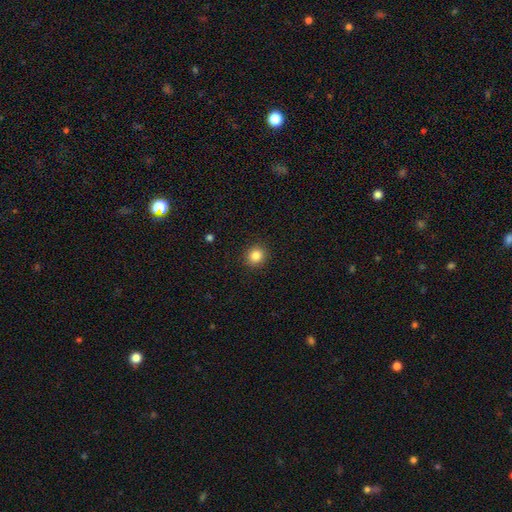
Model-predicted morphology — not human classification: Smooth or featured?
  - smooth: 85% *
  - star or artifact: 11%
  - featured or disk: 4%
How rounded?
  - round: 86% *
  - in between: 13%
  - cigar-shaped: 1%
Merging?
  - none: 91% *
  - minor disturbance: 6%
  - major disturbance: 2%
  - merger: 1%